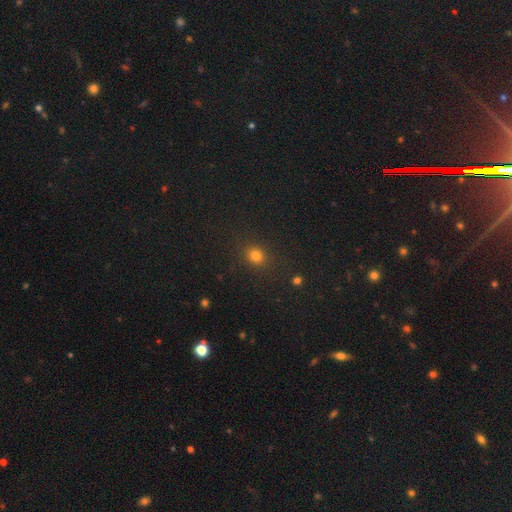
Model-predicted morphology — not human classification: smooth 77%, star or artifact 17%, featured or disk 6%. Down the decision tree: how rounded — round (75%); merging — none (87%).